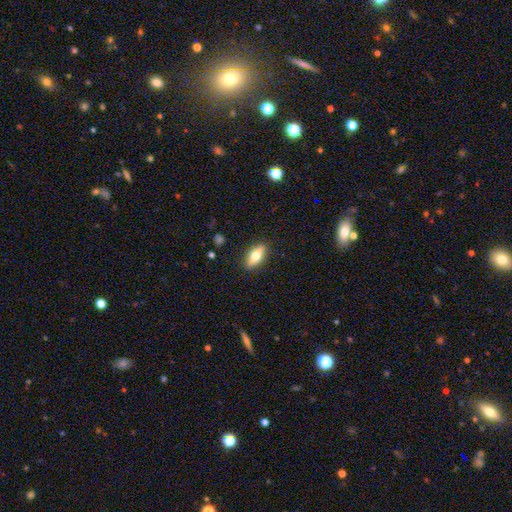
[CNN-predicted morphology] Smooth or featured: smooth — 70% (featured or disk — 23%)
How rounded: in between — 78% (cigar-shaped — 18%)
Merging: none — 88% (minor disturbance — 9%)